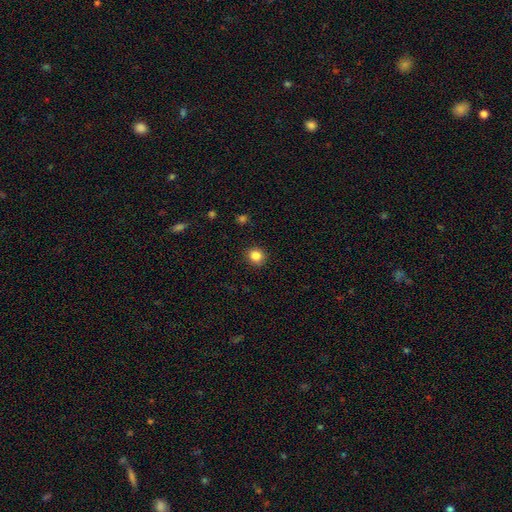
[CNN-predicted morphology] Smooth or featured: smooth — 85% (star or artifact — 11%)
How rounded: round — 85% (in between — 14%)
Merging: none — 91% (minor disturbance — 6%)